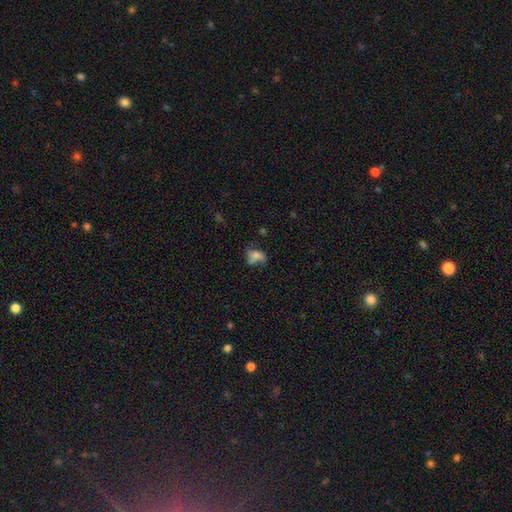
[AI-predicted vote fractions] Q: Smooth or featured?
A: smooth (56%); runner-up: featured or disk (31%)
Q: How rounded?
A: in between (76%); runner-up: round (21%)
Q: Merging?
A: none (40%); runner-up: minor disturbance (27%)